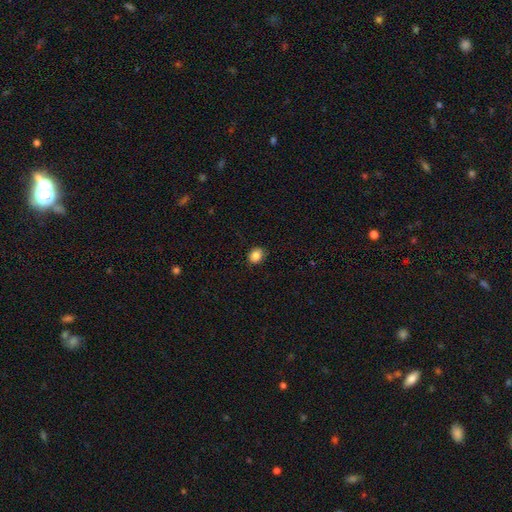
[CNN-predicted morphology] The model was most divided on "how rounded": round: 59%, in between: 40%, cigar-shaped: 1%. More confident: merging — none (87%); smooth or featured — smooth (86%).